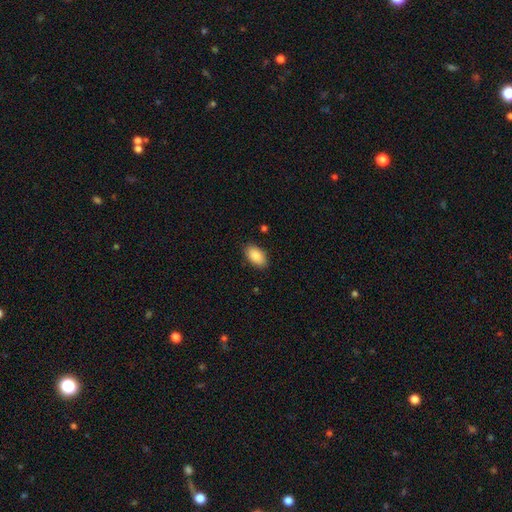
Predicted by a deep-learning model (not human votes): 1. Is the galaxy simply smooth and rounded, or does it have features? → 89% smooth, 6% star or artifact, 4% featured or disk.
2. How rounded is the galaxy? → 94% in between, 4% round, 2% cigar-shaped.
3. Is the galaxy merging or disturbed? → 87% none, 10% minor disturbance, 2% major disturbance, 1% merger.